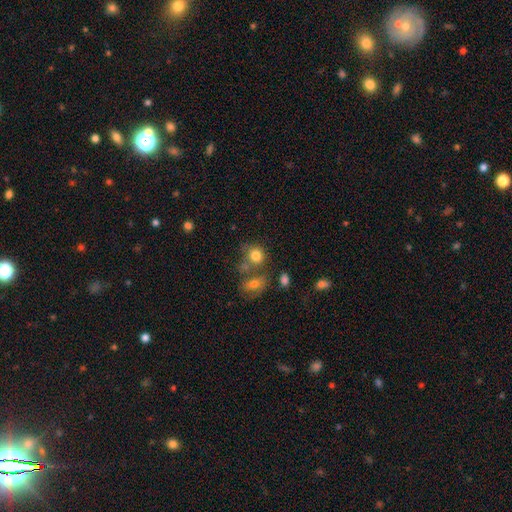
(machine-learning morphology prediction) smooth 80%, star or artifact 11%, featured or disk 10%. Down the decision tree: how rounded — round (75%); merging — none (50%).